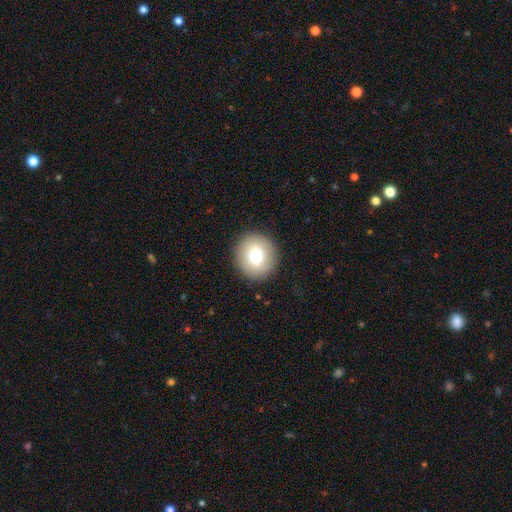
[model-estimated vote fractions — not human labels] Smooth or featured? smooth (77%)
How rounded? round (90%)
Merging? none (90%)